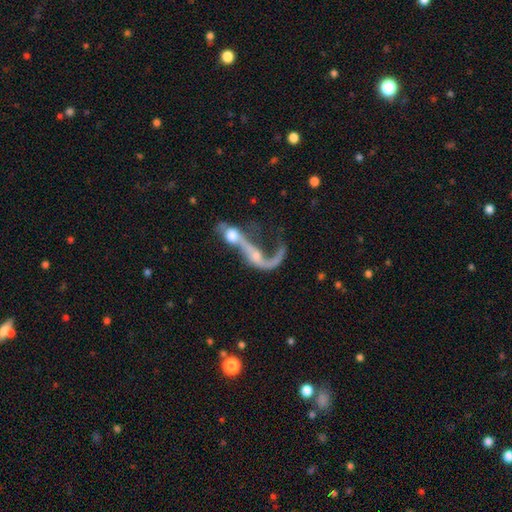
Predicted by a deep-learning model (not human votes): Q: Smooth or featured?
A: featured or disk (67%); runner-up: smooth (22%)
Q: Edge-on disk?
A: no (88%); runner-up: yes (12%)
Q: Bar?
A: no (67%); runner-up: weak (23%)
Q: Spiral arms?
A: yes (61%); runner-up: no (39%)
Q: Bulge size?
A: small (37%); runner-up: moderate (32%)
Q: Merging?
A: merger (63%); runner-up: major disturbance (20%)